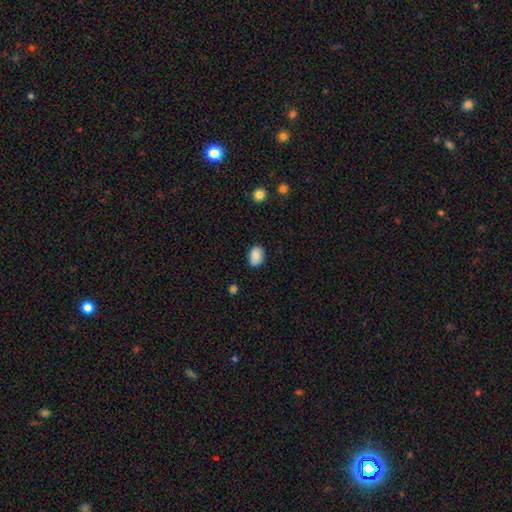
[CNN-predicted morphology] This appears to be a smooth galaxy with no disk features (88%) that is in between round and cigar-shaped (73%). Merging: none (83%).